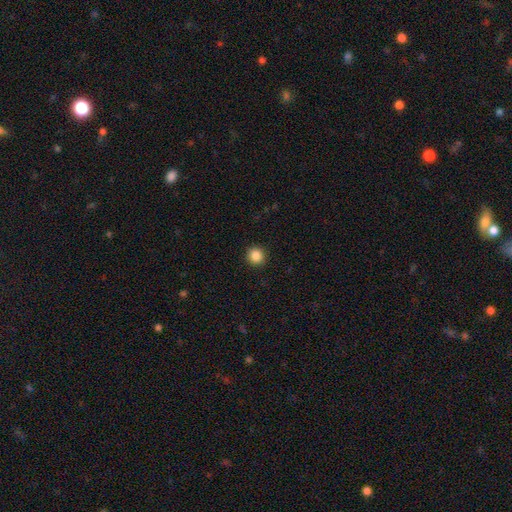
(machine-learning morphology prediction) smooth-or-featured: smooth: 86% | star or artifact: 10% | featured or disk: 3%
  how-rounded: round: 94% | in between: 5% | cigar-shaped: 1%
  merging: none: 93% | minor disturbance: 4% | major disturbance: 2% | merger: 1%